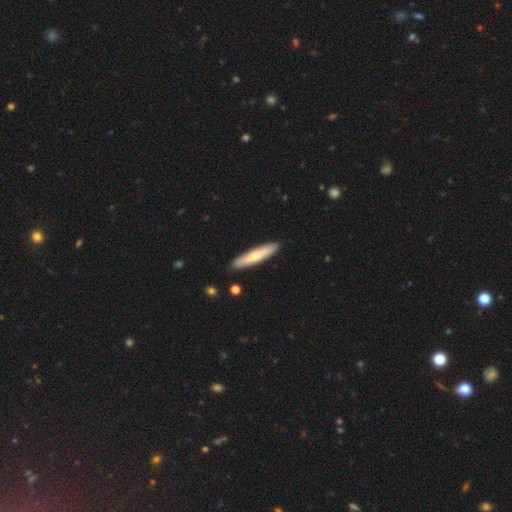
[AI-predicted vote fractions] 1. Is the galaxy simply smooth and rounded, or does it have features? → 58% smooth, 37% featured or disk, 5% star or artifact.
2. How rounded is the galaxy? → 87% cigar-shaped, 12% in between, 1% round.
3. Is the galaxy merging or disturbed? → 90% none, 7% minor disturbance, 1% merger, 1% major disturbance.